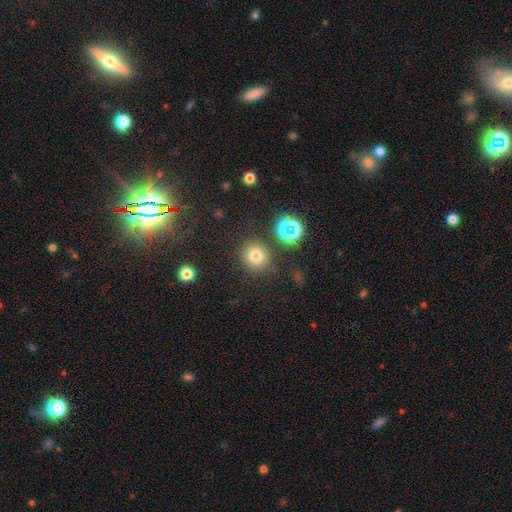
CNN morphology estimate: type=smooth (73%); roundness=round (89%); merging=none (84%).